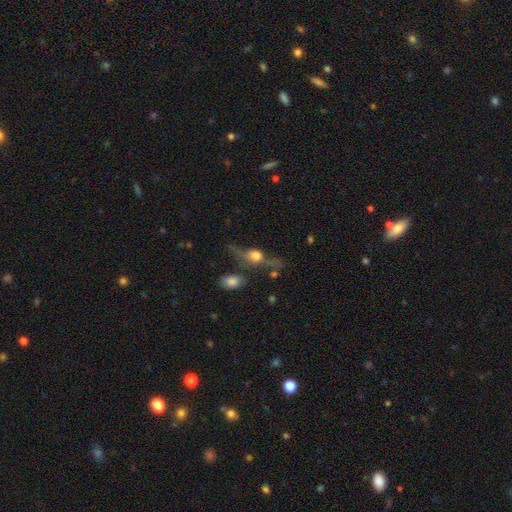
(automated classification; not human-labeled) smooth-or-featured: featured or disk: 51% | smooth: 37% | star or artifact: 12%
  disk-edge-on: yes: 70% | no: 30%
  merging: none: 48% | minor disturbance: 21% | major disturbance: 20% | merger: 11%